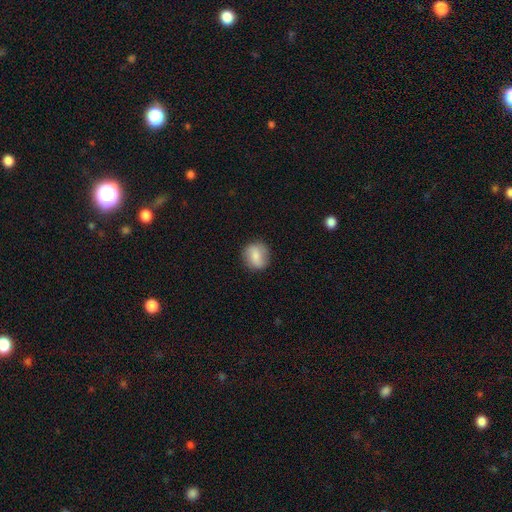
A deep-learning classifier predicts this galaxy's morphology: Smooth or featured: smooth — 74% (featured or disk — 18%)
How rounded: round — 79% (in between — 19%)
Merging: none — 83% (minor disturbance — 13%)